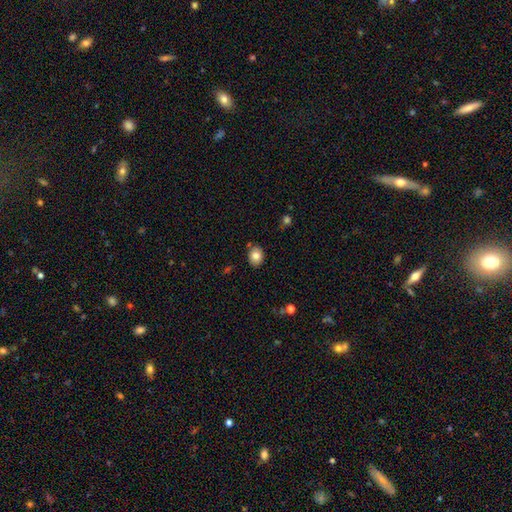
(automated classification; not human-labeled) Q: Smooth or featured?
A: smooth (82%); runner-up: star or artifact (9%)
Q: How rounded?
A: in between (54%); runner-up: round (45%)
Q: Merging?
A: none (83%); runner-up: minor disturbance (12%)